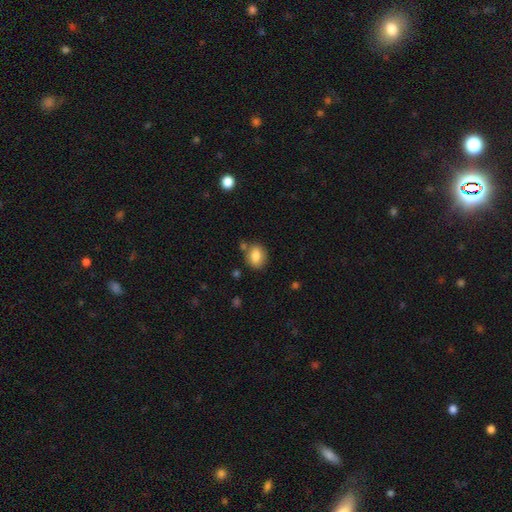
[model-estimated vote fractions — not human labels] smooth_or_featured: smooth (p=0.83) [alt: featured or disk p=0.08]
how_rounded: in between (p=0.56) [alt: round p=0.43]
merging: none (p=0.75) [alt: minor disturbance p=0.13]